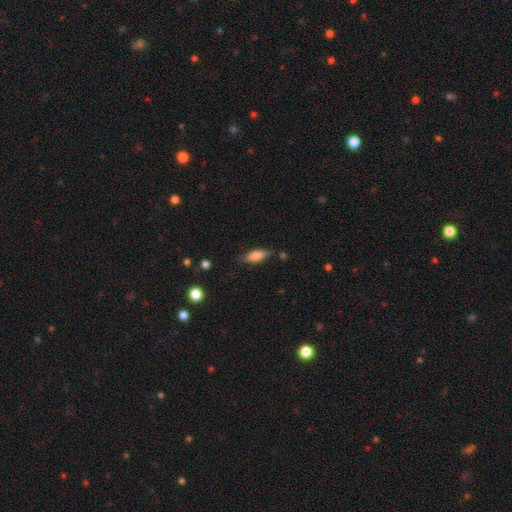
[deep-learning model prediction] smooth 76%, featured or disk 17%, star or artifact 7%. Down the decision tree: how rounded — in between (68%); merging — none (73%).